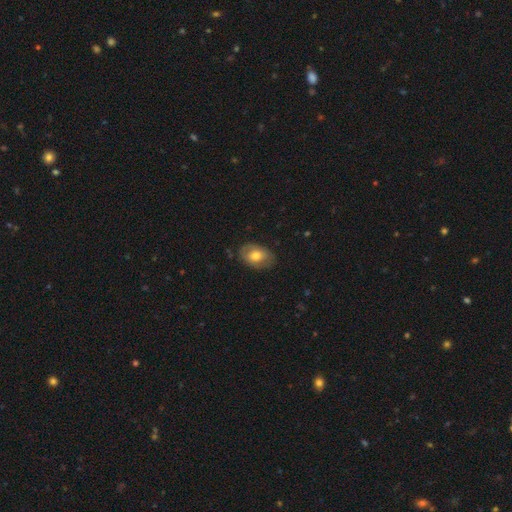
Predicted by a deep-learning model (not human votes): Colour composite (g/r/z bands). It shows a smooth galaxy with no disk features (63%) that is in between round and cigar-shaped (82%). Merging: none (78%).